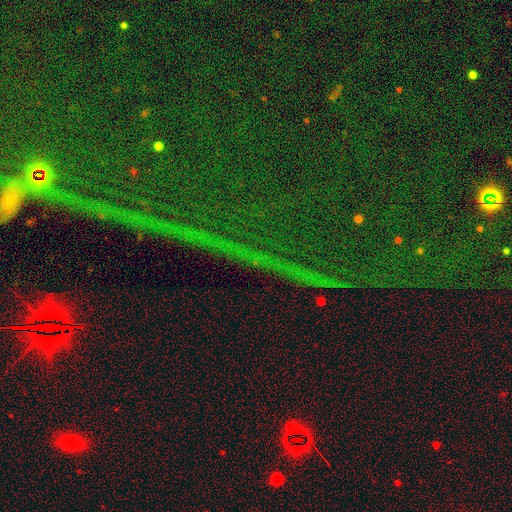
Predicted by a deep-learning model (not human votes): Smooth or featured? Predicted: star or artifact (p=0.86).